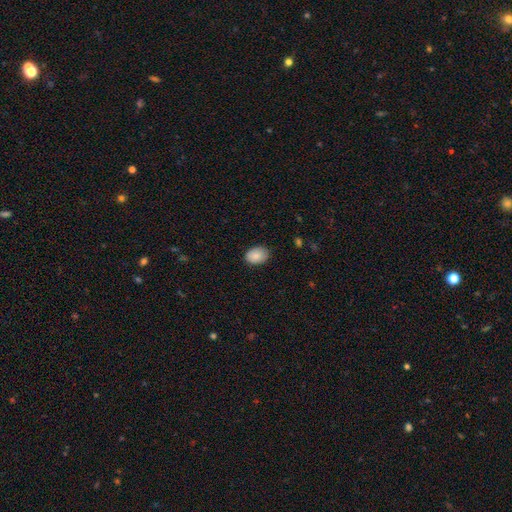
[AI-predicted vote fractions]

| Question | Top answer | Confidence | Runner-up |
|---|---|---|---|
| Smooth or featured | smooth | 87% | star or artifact (7%) |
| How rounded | in between | 76% | round (23%) |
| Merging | none | 82% | minor disturbance (15%) |